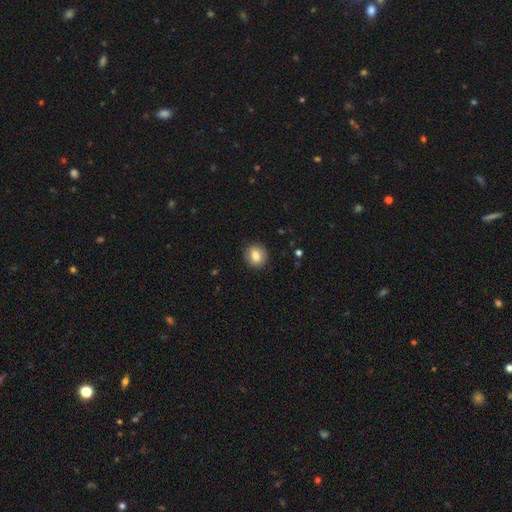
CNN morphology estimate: type=smooth (79%); roundness=round (76%); merging=none (89%).